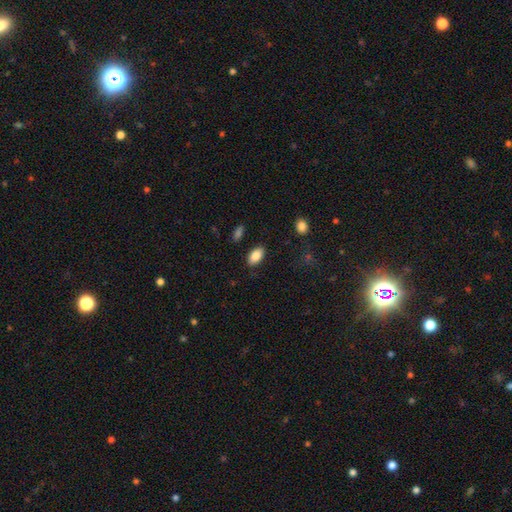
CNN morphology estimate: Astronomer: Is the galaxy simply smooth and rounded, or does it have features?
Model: smooth — 86%.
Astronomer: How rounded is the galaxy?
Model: in between — 93%.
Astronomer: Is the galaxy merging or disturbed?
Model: none — 86%.